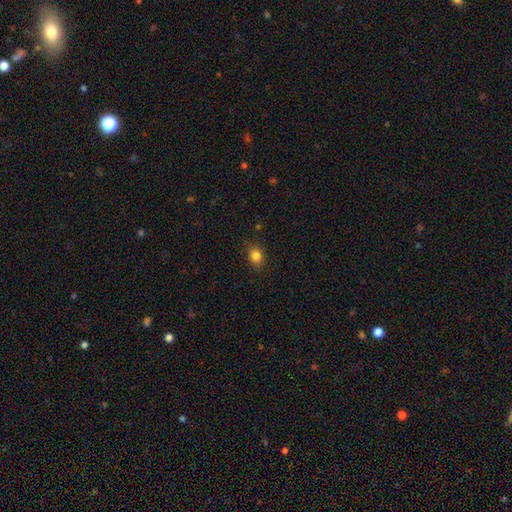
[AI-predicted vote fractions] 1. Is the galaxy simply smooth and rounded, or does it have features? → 84% smooth, 11% star or artifact, 5% featured or disk.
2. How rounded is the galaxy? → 54% round, 45% in between, 1% cigar-shaped.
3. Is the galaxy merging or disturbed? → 82% none, 14% minor disturbance, 3% major disturbance, 1% merger.